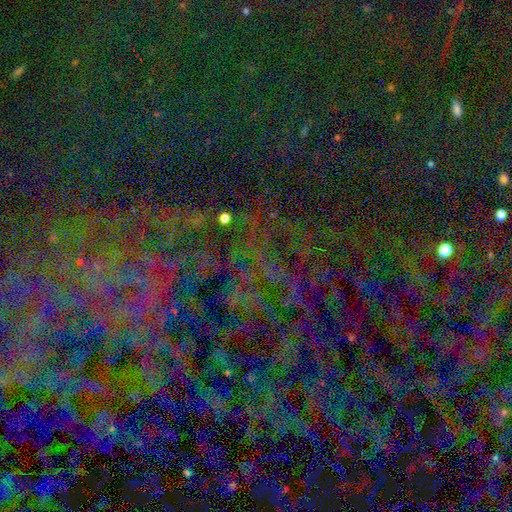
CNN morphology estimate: This is clearly a star or artifact rather than a galaxy (82%).